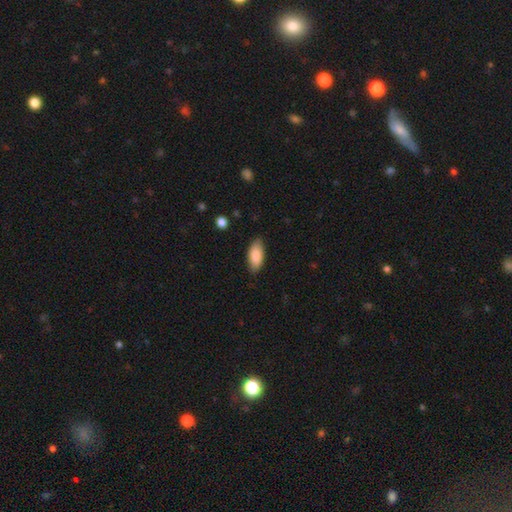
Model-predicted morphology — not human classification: smooth-or-featured: smooth: 88% | featured or disk: 6% | star or artifact: 6%
  how-rounded: in between: 88% | cigar-shaped: 10% | round: 2%
  merging: none: 83% | minor disturbance: 13% | major disturbance: 2% | merger: 1%